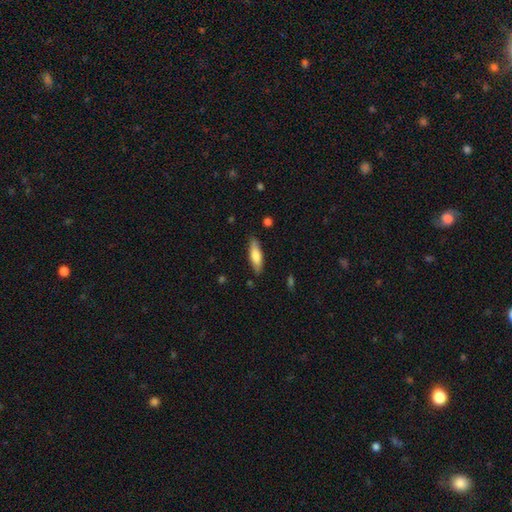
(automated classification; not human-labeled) The model was most divided on "how rounded": cigar-shaped: 55%, in between: 44%, round: 2%. More confident: merging — none (84%); smooth or featured — smooth (74%).